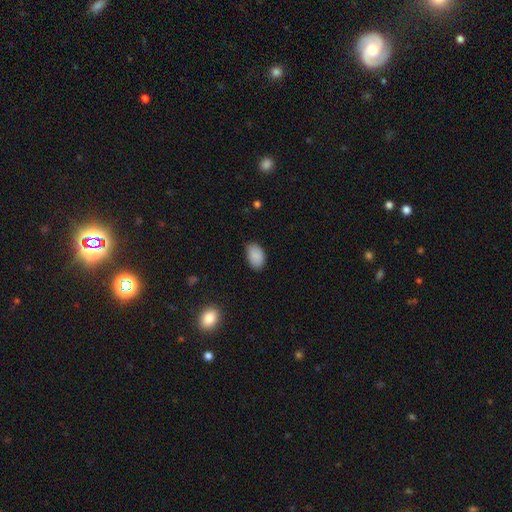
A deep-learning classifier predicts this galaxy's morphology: Smooth or featured?
  - smooth: 89% *
  - star or artifact: 7%
  - featured or disk: 4%
How rounded?
  - in between: 91% *
  - round: 7%
  - cigar-shaped: 1%
Merging?
  - none: 77% *
  - minor disturbance: 19%
  - major disturbance: 3%
  - merger: 1%